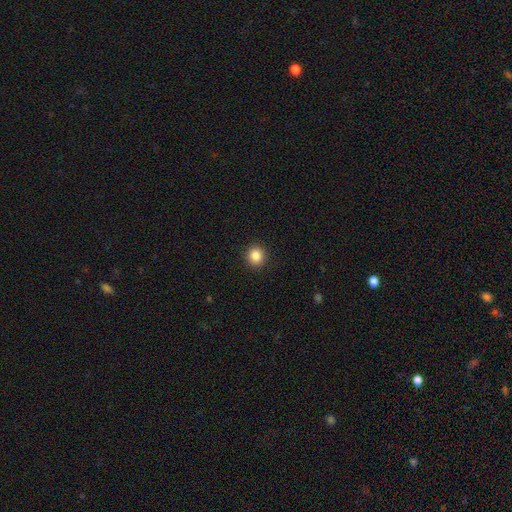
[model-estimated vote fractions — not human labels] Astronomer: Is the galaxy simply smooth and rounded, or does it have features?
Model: smooth — 86%.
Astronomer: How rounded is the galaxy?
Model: round — 86%.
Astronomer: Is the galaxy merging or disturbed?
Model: none — 92%.